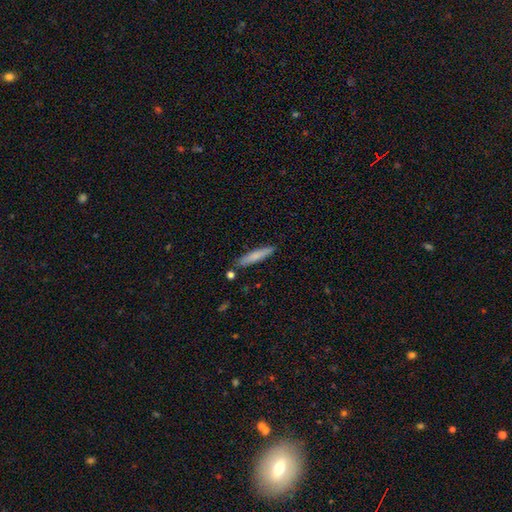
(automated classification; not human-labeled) smooth_or_featured: smooth (p=0.75) [alt: featured or disk p=0.19]
how_rounded: cigar-shaped (p=0.90) [alt: in between p=0.09]
merging: none (p=0.85) [alt: minor disturbance p=0.10]